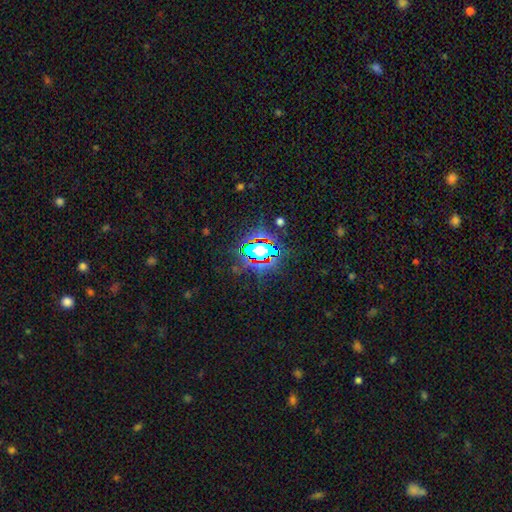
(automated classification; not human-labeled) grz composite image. It shows a star or artifact, not a galaxy (79%).